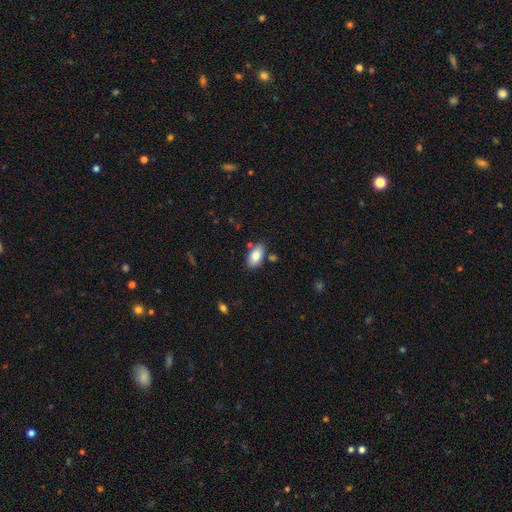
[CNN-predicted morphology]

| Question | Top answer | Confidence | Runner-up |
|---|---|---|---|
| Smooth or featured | smooth | 83% | featured or disk (10%) |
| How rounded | in between | 93% | round (4%) |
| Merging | none | 79% | minor disturbance (12%) |